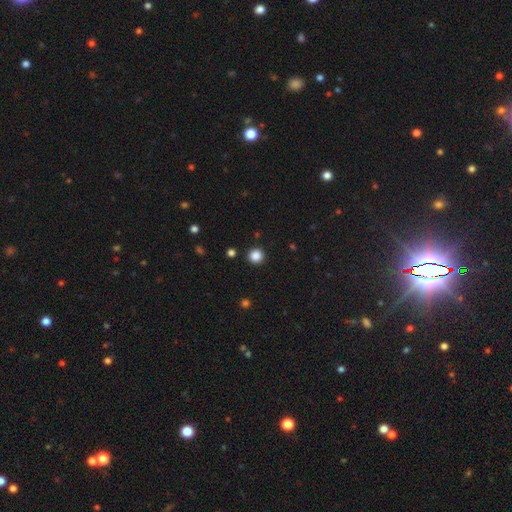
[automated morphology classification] A smooth galaxy with no disk features (86%) that is round (95%).

Vote fractions:
- Smooth or featured? smooth: 86% / star or artifact: 11% / featured or disk: 3%
- How rounded? round: 95% / in between: 4% / cigar-shaped: 1%
- Merging? none: 92% / minor disturbance: 5% / major disturbance: 2% / merger: 1%